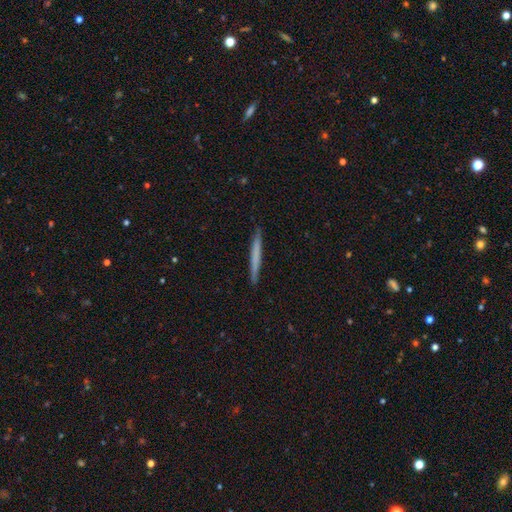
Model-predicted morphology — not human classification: This appears to be a smooth galaxy with no disk features (59%) that is cigar-shaped (97%). Merging: none (91%).